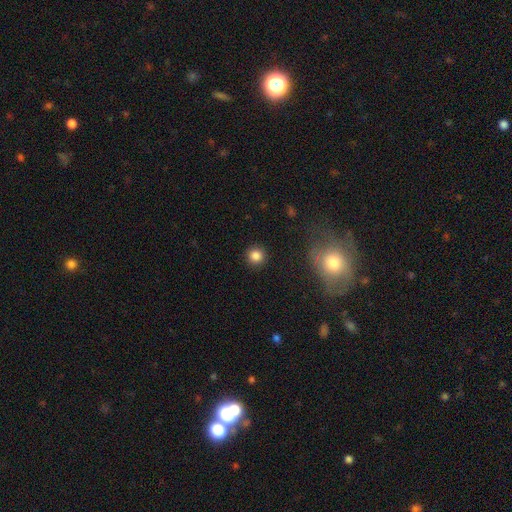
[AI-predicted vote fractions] smooth-or-featured: smooth: 85% | star or artifact: 11% | featured or disk: 4%
  how-rounded: round: 94% | in between: 5% | cigar-shaped: 1%
  merging: none: 92% | minor disturbance: 5% | major disturbance: 2% | merger: 1%